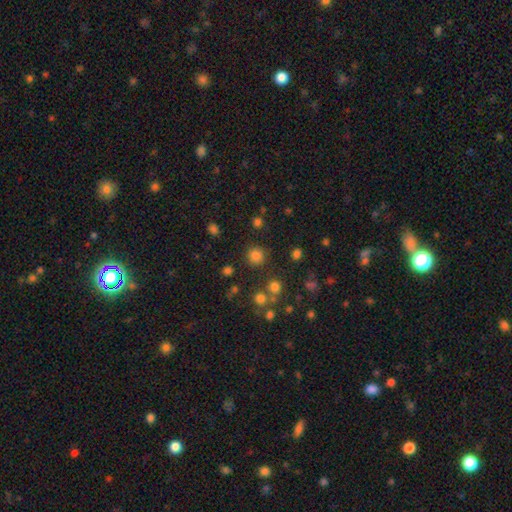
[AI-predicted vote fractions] This is likely a smooth galaxy (79%). How rounded: clearly round (93%). Merging: clearly none (85%).